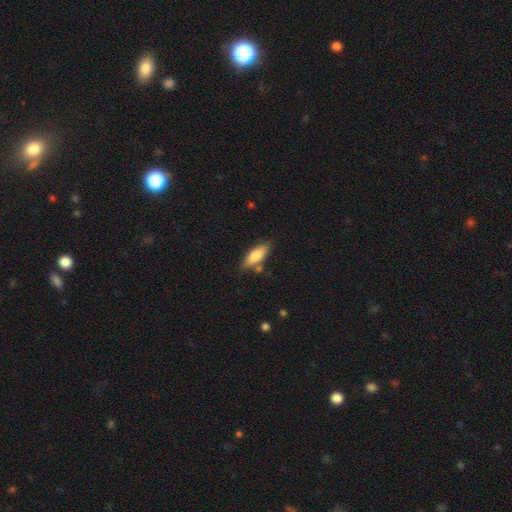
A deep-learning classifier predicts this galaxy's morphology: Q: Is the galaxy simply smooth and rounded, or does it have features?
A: smooth — 79%.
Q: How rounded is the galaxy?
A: in between — 69%.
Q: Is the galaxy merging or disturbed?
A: none — 77%.